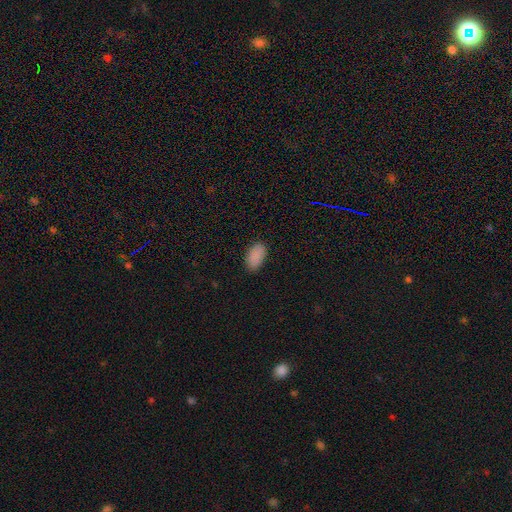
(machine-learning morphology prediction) This is clearly a smooth galaxy (89%). How rounded: clearly in between (94%). Merging: clearly none (87%).